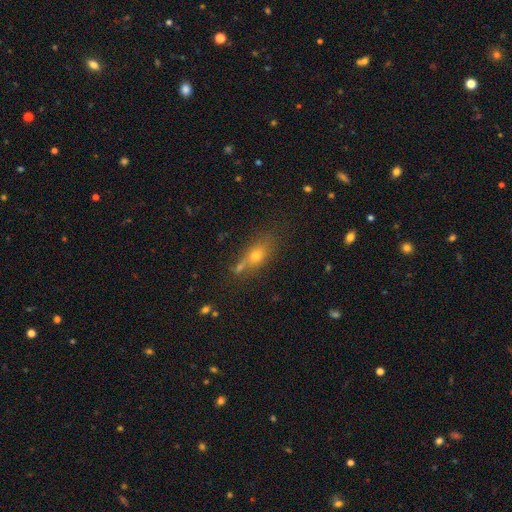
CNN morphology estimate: Smooth or featured? Predicted: smooth (p=0.60). How rounded? Predicted: in between (p=0.59). Merging? Predicted: none (p=0.57).